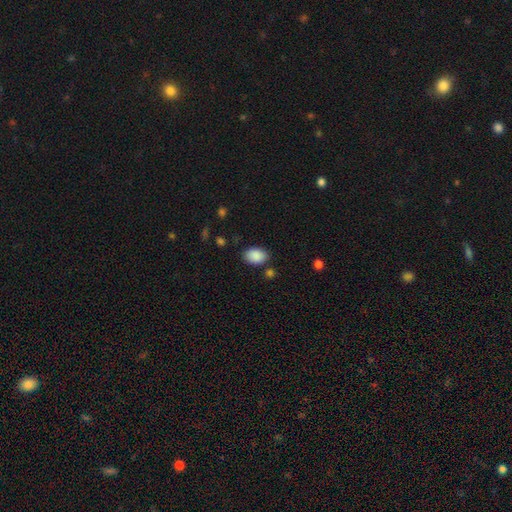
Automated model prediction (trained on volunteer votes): Morphology: type=smooth (89%); roundness=in between (84%); merging=none (81%).